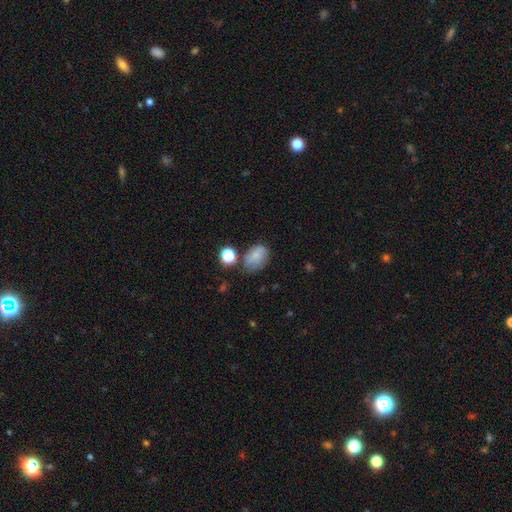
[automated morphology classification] This appears to be a smooth galaxy with no disk features (74%) that is in between round and cigar-shaped (74%). Merging: none (51%).